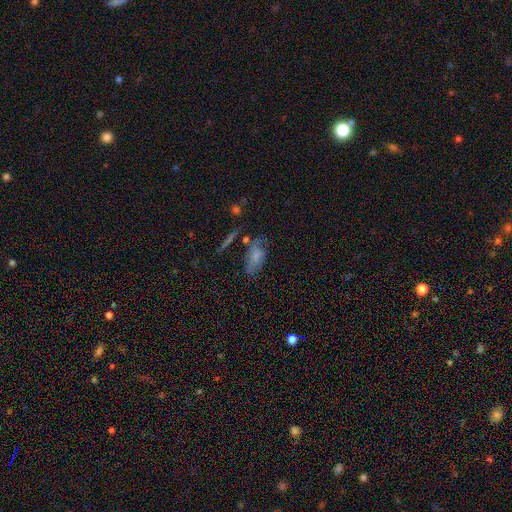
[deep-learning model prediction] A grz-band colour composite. It shows a smooth galaxy with no disk features (67%) that is in between round and cigar-shaped (85%). Merging: none (45%).